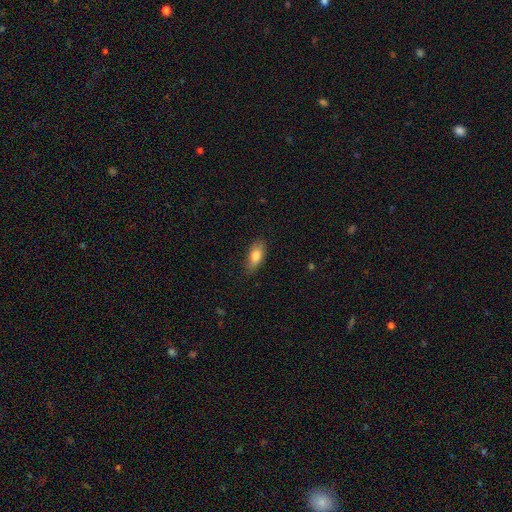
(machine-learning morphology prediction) Smooth or featured: smooth — 79% (featured or disk — 14%)
How rounded: in between — 84% (cigar-shaped — 12%)
Merging: none — 76% (minor disturbance — 19%)